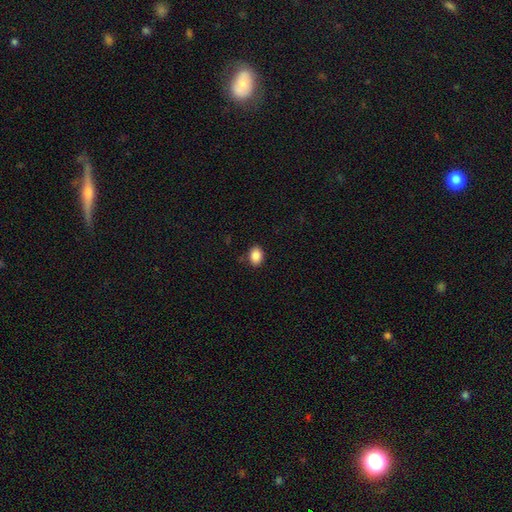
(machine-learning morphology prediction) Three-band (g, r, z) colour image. It shows a smooth galaxy with no disk features (88%) that is in between round and cigar-shaped (69%). Merging: none (86%).